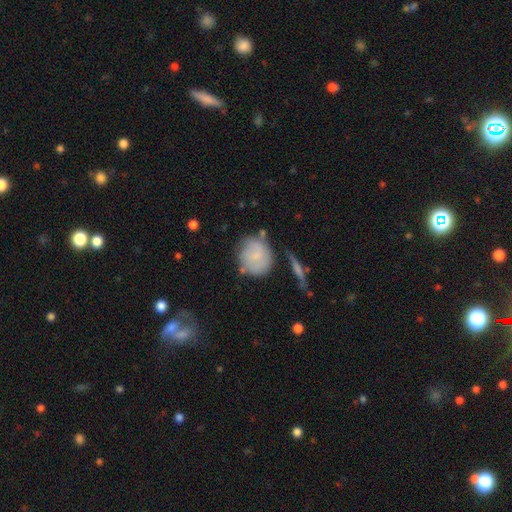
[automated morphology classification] A smooth galaxy with no disk features (68%) that is round (75%). Merging: none (63%).